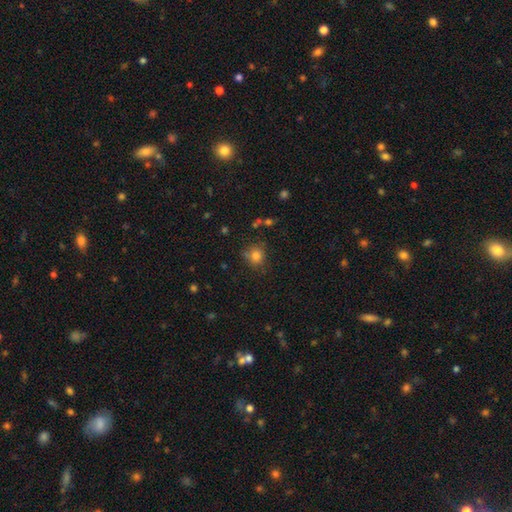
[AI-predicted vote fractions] Smooth or featured?
  - smooth: 80% *
  - star or artifact: 13%
  - featured or disk: 7%
How rounded?
  - round: 81% *
  - in between: 18%
  - cigar-shaped: 1%
Merging?
  - none: 72% *
  - minor disturbance: 18%
  - major disturbance: 5%
  - merger: 5%